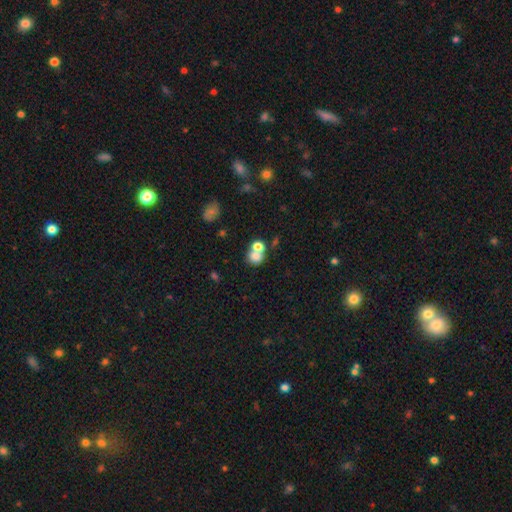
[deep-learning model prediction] Smooth or featured?
  - smooth: 74% *
  - featured or disk: 14%
  - star or artifact: 12%
How rounded?
  - round: 69% *
  - in between: 30%
  - cigar-shaped: 1%
Merging?
  - merger: 54% *
  - none: 34%
  - minor disturbance: 8%
  - major disturbance: 4%